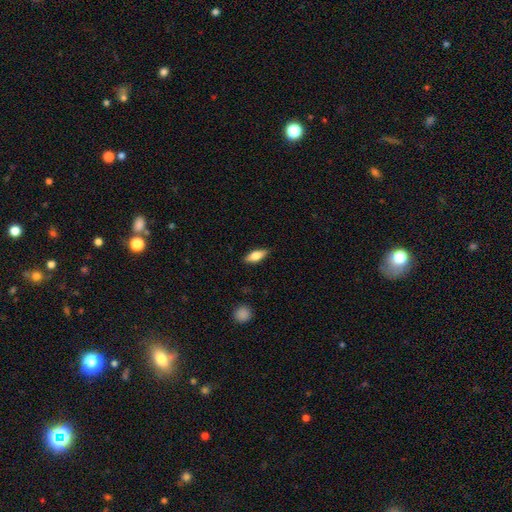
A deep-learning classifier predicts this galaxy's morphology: Smooth or featured?
  - smooth: 65% *
  - featured or disk: 28%
  - star or artifact: 7%
How rounded?
  - in between: 73% *
  - cigar-shaped: 24%
  - round: 3%
Merging?
  - none: 87% *
  - minor disturbance: 10%
  - major disturbance: 2%
  - merger: 1%